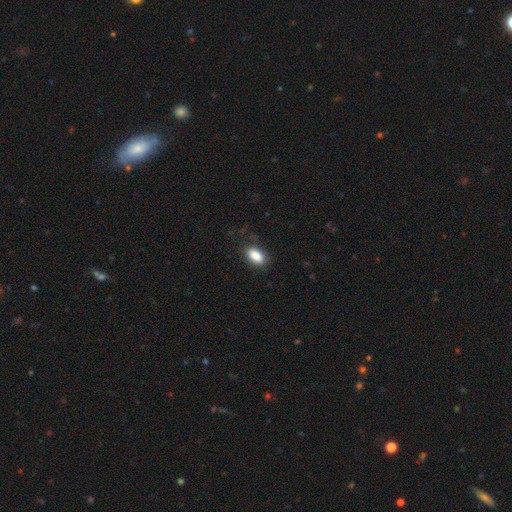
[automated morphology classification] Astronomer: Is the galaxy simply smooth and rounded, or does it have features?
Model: smooth — 88%.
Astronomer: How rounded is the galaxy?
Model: in between — 91%.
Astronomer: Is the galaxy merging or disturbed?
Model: none — 80%.